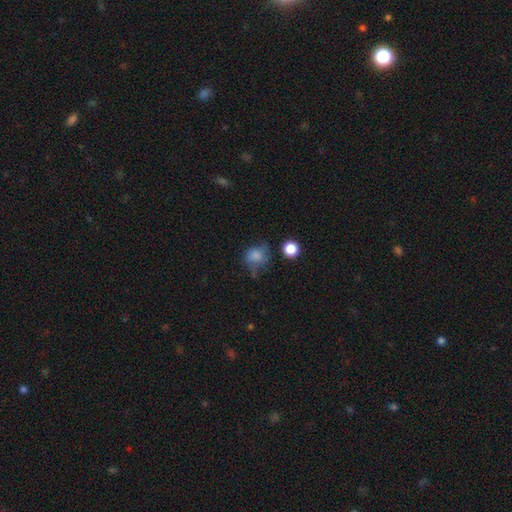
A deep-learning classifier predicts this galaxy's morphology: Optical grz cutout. It shows a smooth galaxy with no disk features (75%) that is round (69%). Merging: none (46%).